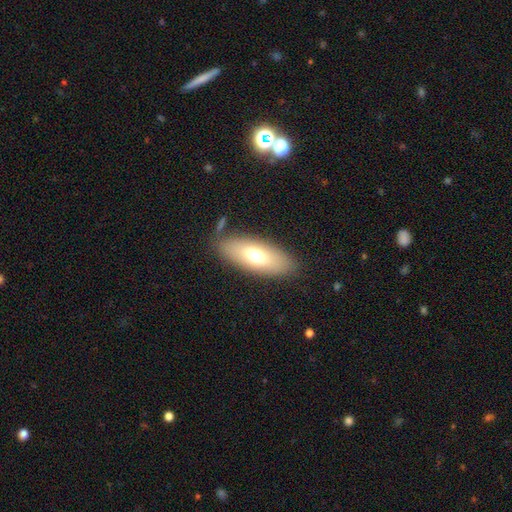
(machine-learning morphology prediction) Smooth or featured: smooth — 67% (featured or disk — 25%)
How rounded: in between — 78% (cigar-shaped — 19%)
Merging: none — 80% (minor disturbance — 11%)